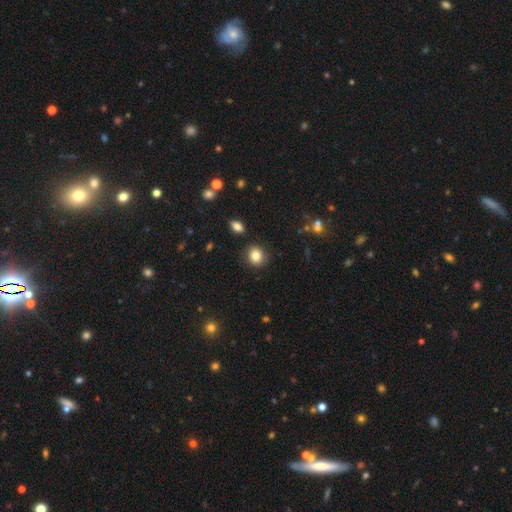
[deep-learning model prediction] This is clearly a smooth galaxy (83%). How rounded: likely round (76%). Merging: clearly none (87%).